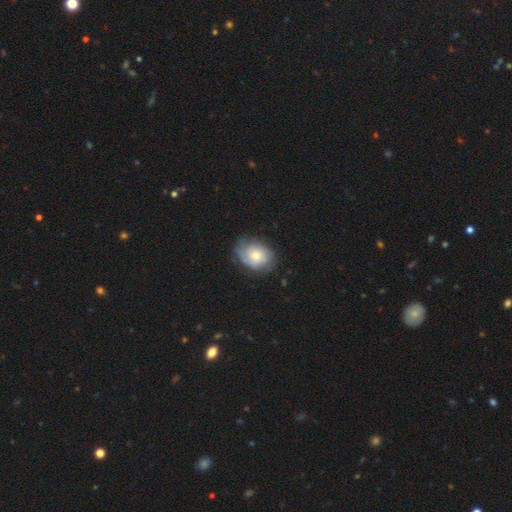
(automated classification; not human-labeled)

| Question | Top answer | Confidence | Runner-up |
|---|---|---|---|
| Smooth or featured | smooth | 47% | featured or disk (46%) |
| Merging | none | 67% | minor disturbance (24%) |